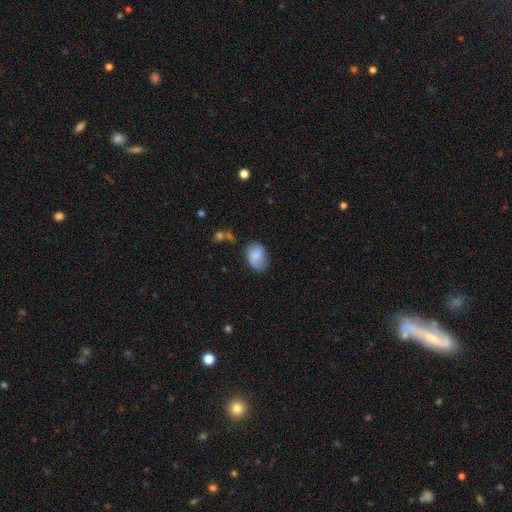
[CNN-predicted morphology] A smooth galaxy with no disk features (68%) that is in between round and cigar-shaped (75%).

Vote fractions:
- Smooth or featured? smooth: 68% / featured or disk: 24% / star or artifact: 8%
- How rounded? in between: 75% / round: 24% / cigar-shaped: 1%
- Merging? none: 61% / minor disturbance: 27% / major disturbance: 8% / merger: 3%